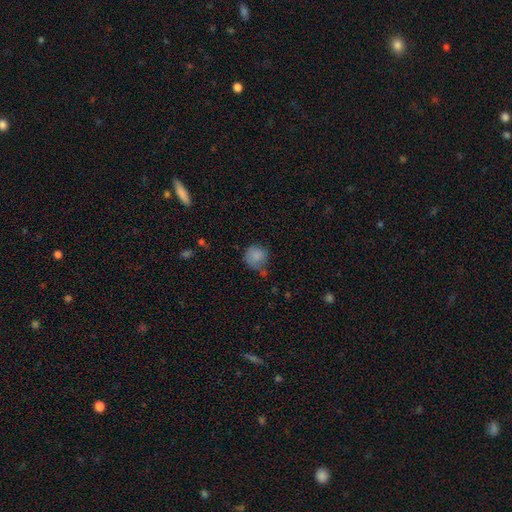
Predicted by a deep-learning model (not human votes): This is clearly a smooth galaxy (83%). How rounded: clearly round (87%). Merging: possibly none (56%).